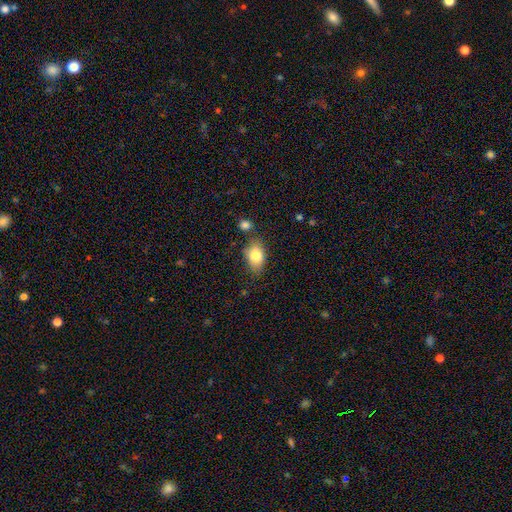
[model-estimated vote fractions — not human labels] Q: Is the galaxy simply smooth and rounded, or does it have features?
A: smooth — 82%.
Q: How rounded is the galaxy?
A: in between — 85%.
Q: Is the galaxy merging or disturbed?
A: none — 68%.